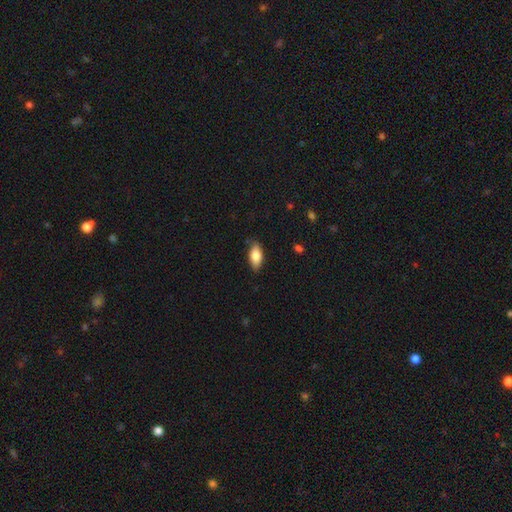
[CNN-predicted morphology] Smooth or featured?
  - smooth: 81% *
  - featured or disk: 13%
  - star or artifact: 7%
How rounded?
  - in between: 89% *
  - cigar-shaped: 8%
  - round: 3%
Merging?
  - none: 78% *
  - minor disturbance: 18%
  - major disturbance: 3%
  - merger: 1%